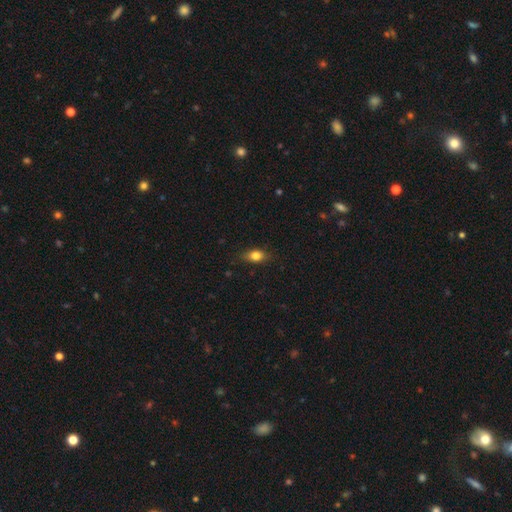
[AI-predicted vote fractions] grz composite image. It shows a smooth galaxy with no disk features (80%) that is in between round and cigar-shaped (79%). Merging: none (81%).